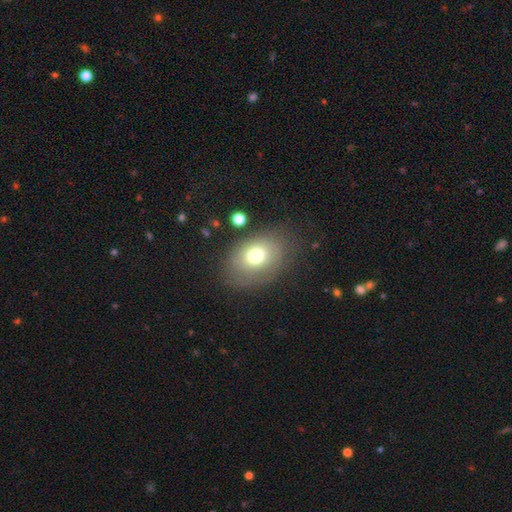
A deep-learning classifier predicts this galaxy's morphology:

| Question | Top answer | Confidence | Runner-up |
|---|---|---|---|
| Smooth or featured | smooth | 71% | featured or disk (19%) |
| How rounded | in between | 72% | round (27%) |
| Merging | none | 70% | minor disturbance (18%) |